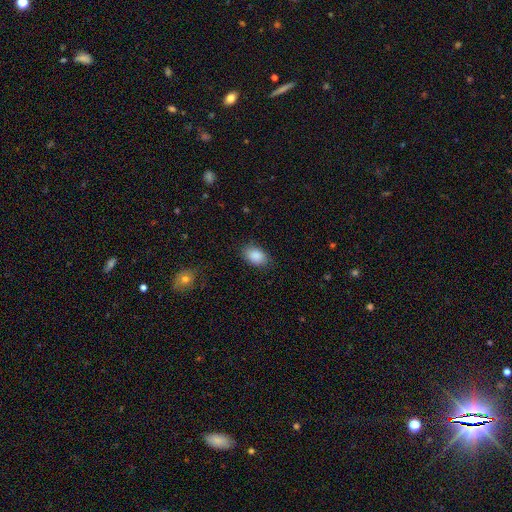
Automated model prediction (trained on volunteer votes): smooth_or_featured: smooth (p=0.89) [alt: star or artifact p=0.07]
how_rounded: in between (p=0.87) [alt: round p=0.12]
merging: none (p=0.84) [alt: minor disturbance p=0.12]